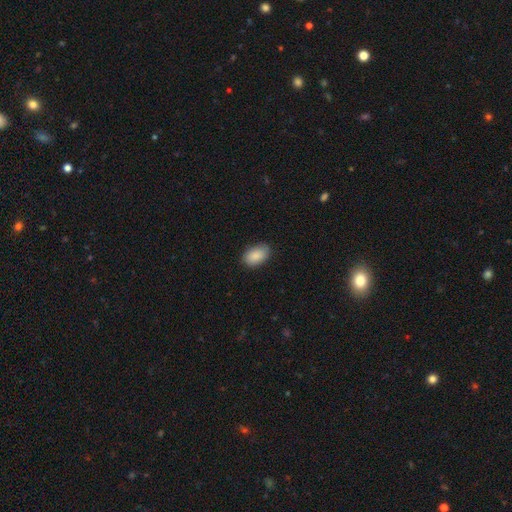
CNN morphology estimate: Smooth or featured? Predicted: smooth (p=0.88). How rounded? Predicted: in between (p=0.90). Merging? Predicted: none (p=0.82).